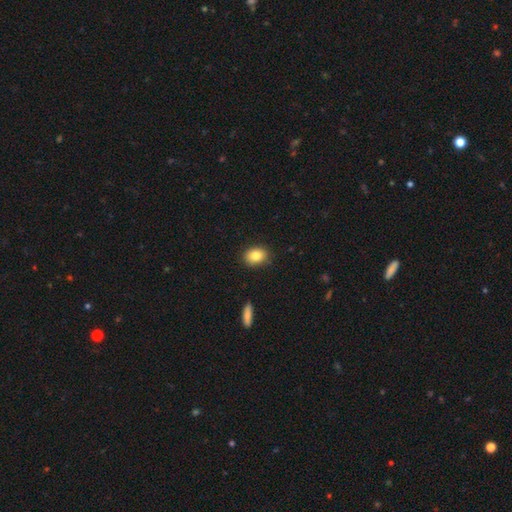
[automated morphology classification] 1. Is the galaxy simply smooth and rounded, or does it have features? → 83% smooth, 9% star or artifact, 8% featured or disk.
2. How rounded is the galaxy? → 70% in between, 29% round, 1% cigar-shaped.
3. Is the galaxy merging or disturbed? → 87% none, 9% minor disturbance, 2% major disturbance, 1% merger.